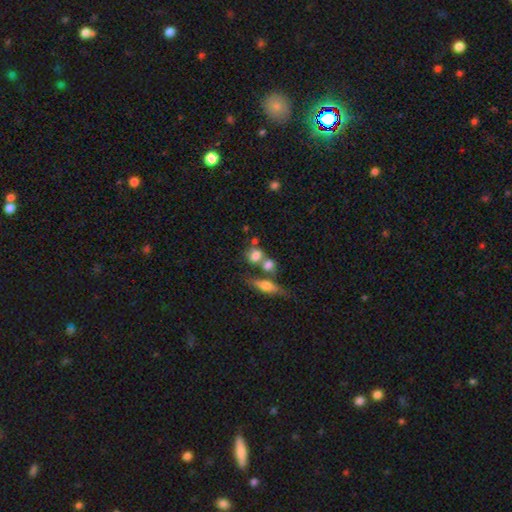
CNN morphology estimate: Q: Smooth or featured?
A: smooth (71%); runner-up: featured or disk (18%)
Q: How rounded?
A: in between (48%); runner-up: round (47%)
Q: Merging?
A: none (43%); runner-up: merger (39%)